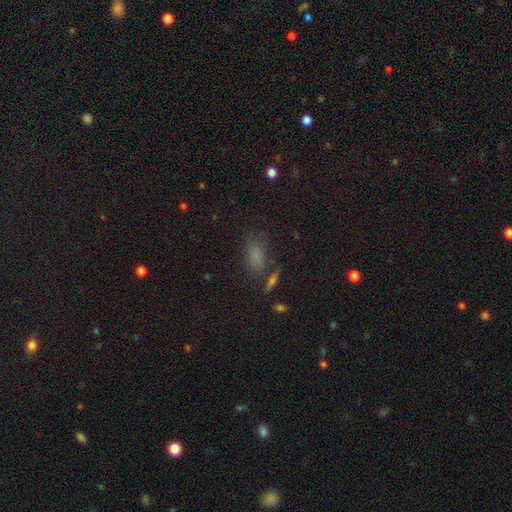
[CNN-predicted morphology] type=smooth (72%); roundness=in between (82%); merging=none (63%).